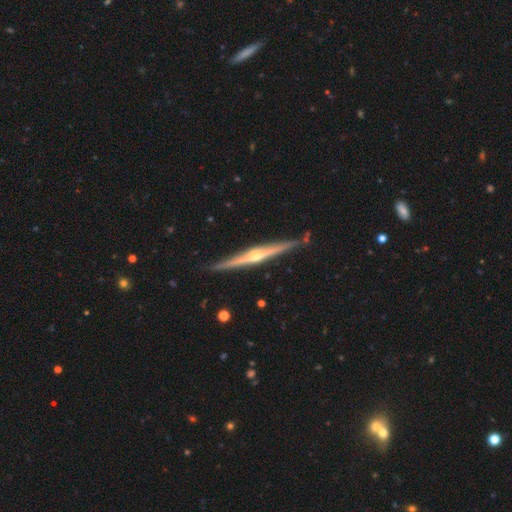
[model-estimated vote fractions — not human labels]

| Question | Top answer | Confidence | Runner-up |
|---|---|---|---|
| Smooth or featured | featured or disk | 84% | smooth (11%) |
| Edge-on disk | yes | 98% | no (2%) |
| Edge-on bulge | rounded | 86% | none (9%) |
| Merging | none | 88% | minor disturbance (9%) |